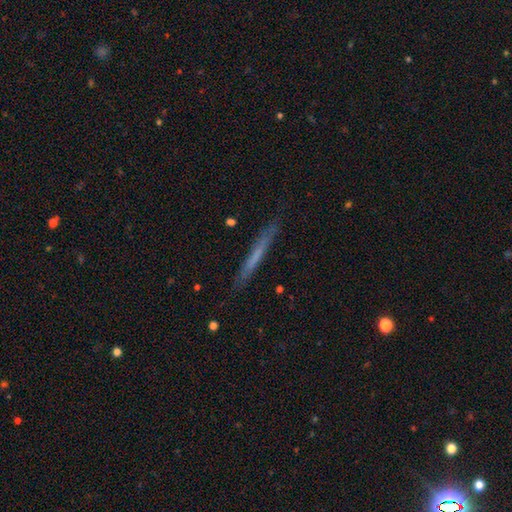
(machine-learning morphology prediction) This is possibly a smooth galaxy (53%). How rounded: clearly cigar-shaped (96%). Merging: clearly none (88%).